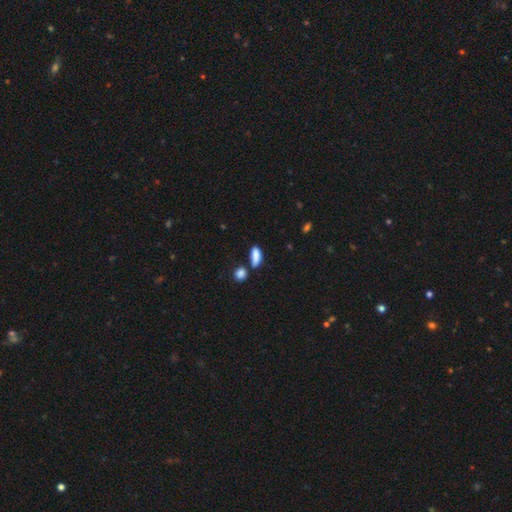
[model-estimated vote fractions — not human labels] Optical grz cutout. It shows a smooth galaxy with no disk features (85%) that is in between round and cigar-shaped (65%). Merging: none (54%).